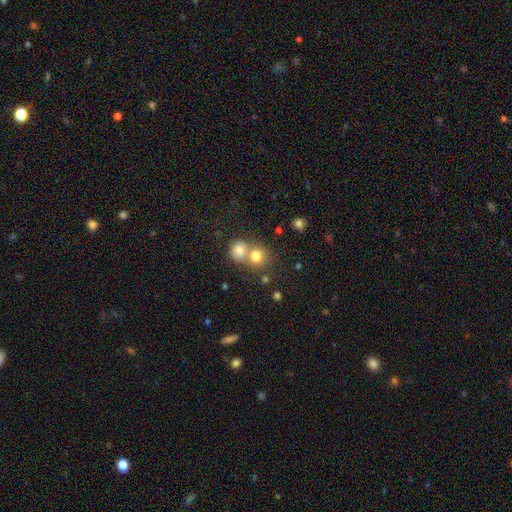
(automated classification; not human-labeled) Overall: smooth (76%). How rounded: round (82%). Merging: merger (50%; none 41%).